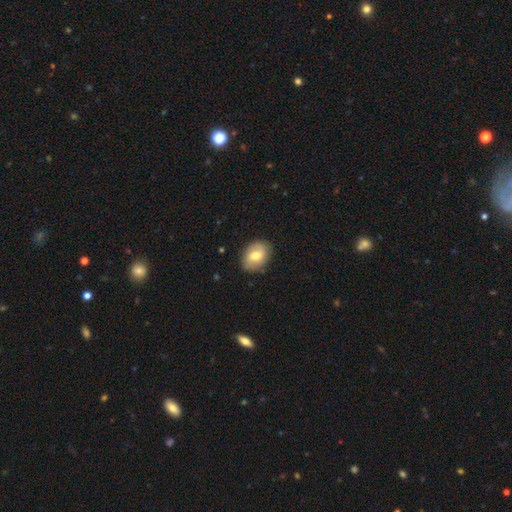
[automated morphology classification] The model was most divided on "smooth or featured": smooth: 65%, featured or disk: 28%, star or artifact: 7%. More confident: merging — none (85%); how rounded — in between (72%).